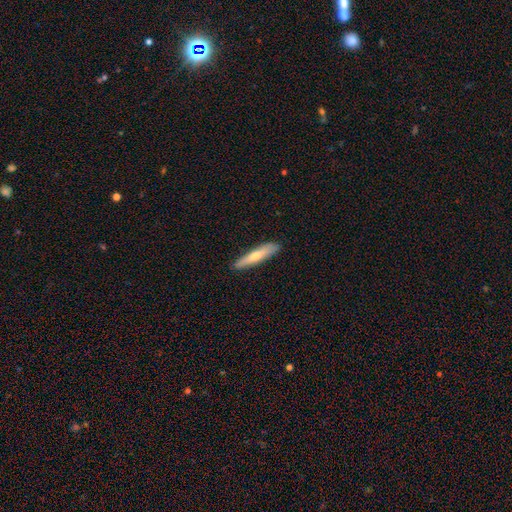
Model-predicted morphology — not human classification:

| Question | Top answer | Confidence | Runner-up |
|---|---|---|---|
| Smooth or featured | smooth | 62% | featured or disk (33%) |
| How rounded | cigar-shaped | 88% | in between (11%) |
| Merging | none | 89% | minor disturbance (9%) |